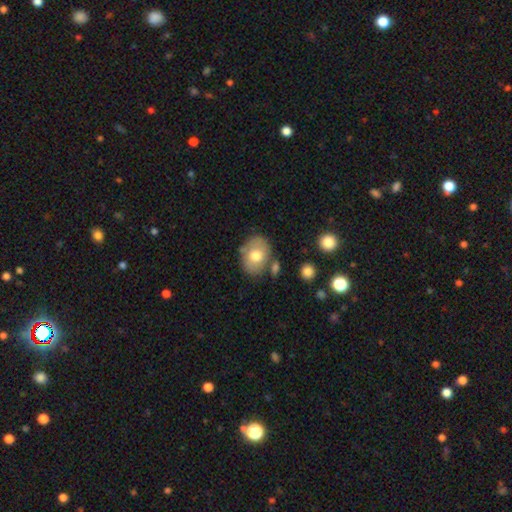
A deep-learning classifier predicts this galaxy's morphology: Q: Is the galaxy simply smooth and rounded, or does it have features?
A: smooth — 69%.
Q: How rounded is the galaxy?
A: in between — 64%.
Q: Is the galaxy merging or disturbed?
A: none — 69%.